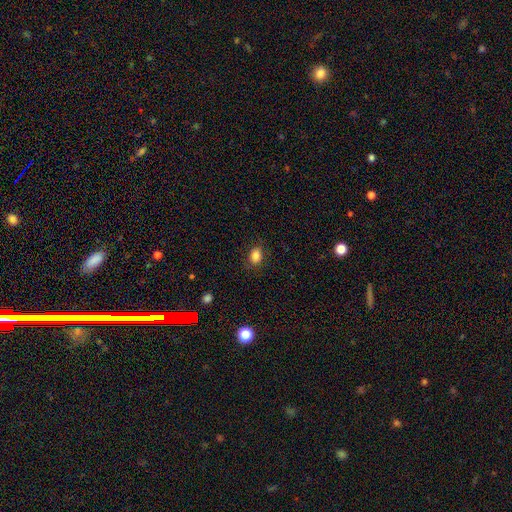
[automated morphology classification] Smooth or featured? Predicted: smooth (p=0.84). How rounded? Predicted: in between (p=0.68). Merging? Predicted: none (p=0.84).